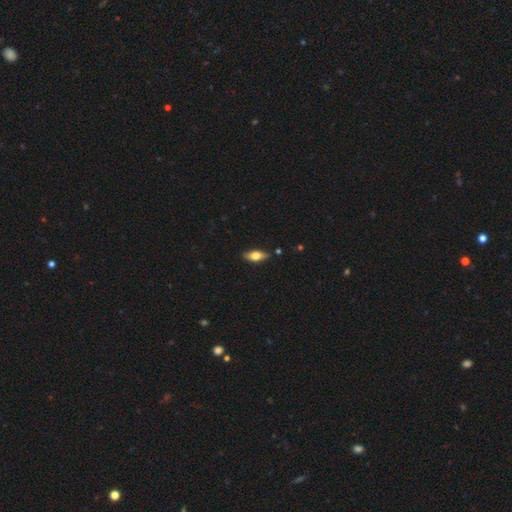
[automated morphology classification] smooth 58%, featured or disk 35%, star or artifact 6%. Down the decision tree: how rounded — in between (70%); merging — none (85%).